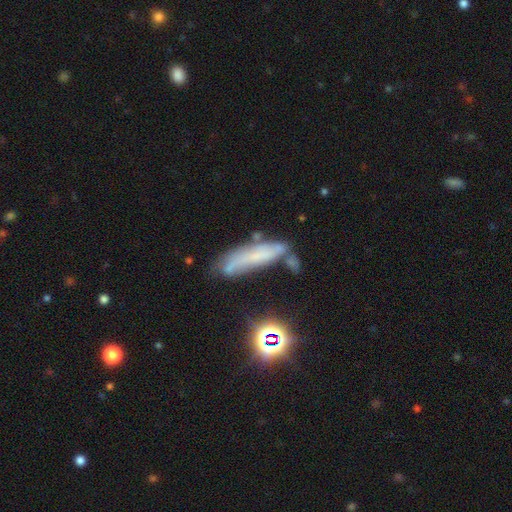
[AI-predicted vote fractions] Overall: smooth (41%; featured or disk 40%). Merging: none (46%; minor disturbance 26%).